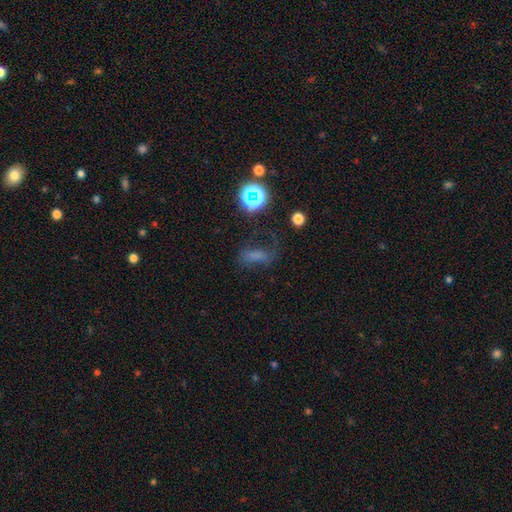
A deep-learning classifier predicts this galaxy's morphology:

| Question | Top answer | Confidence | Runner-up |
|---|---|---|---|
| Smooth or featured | smooth | 46% | star or artifact (28%) |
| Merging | none | 45% | major disturbance (28%) |